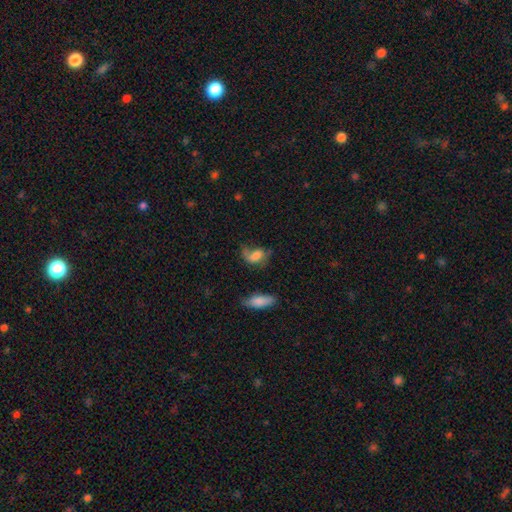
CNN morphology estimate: Smooth or featured?
  - smooth: 58% *
  - featured or disk: 32%
  - star or artifact: 10%
How rounded?
  - in between: 80% *
  - round: 16%
  - cigar-shaped: 4%
Merging?
  - major disturbance: 35% *
  - none: 33%
  - minor disturbance: 25%
  - merger: 7%